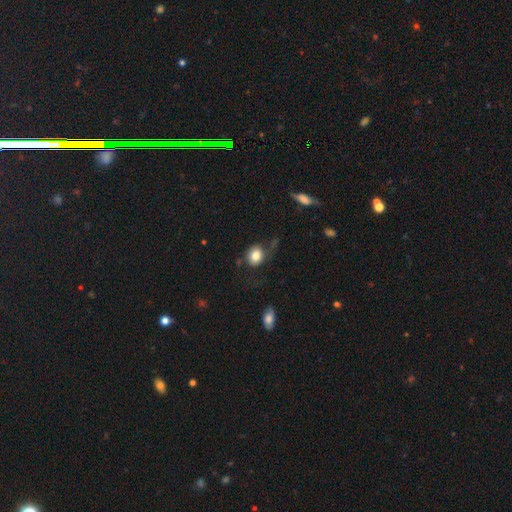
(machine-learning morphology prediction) Q: Smooth or featured?
A: smooth (80%); runner-up: featured or disk (11%)
Q: How rounded?
A: round (65%); runner-up: in between (34%)
Q: Merging?
A: none (63%); runner-up: minor disturbance (20%)